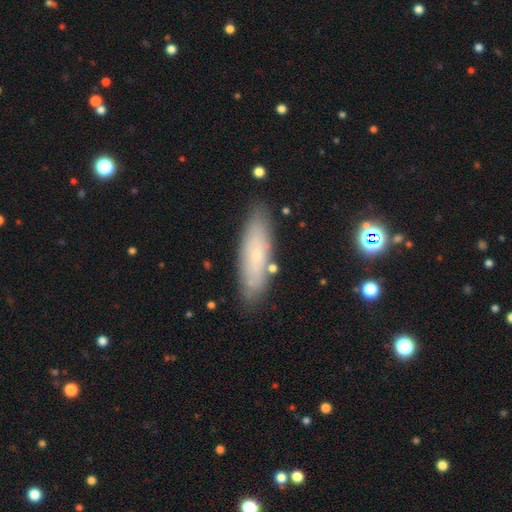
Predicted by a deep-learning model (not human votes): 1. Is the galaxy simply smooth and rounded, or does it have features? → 59% smooth, 32% featured or disk, 9% star or artifact.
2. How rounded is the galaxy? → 59% cigar-shaped, 39% in between, 2% round.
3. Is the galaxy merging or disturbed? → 85% none, 11% minor disturbance, 2% merger, 2% major disturbance.